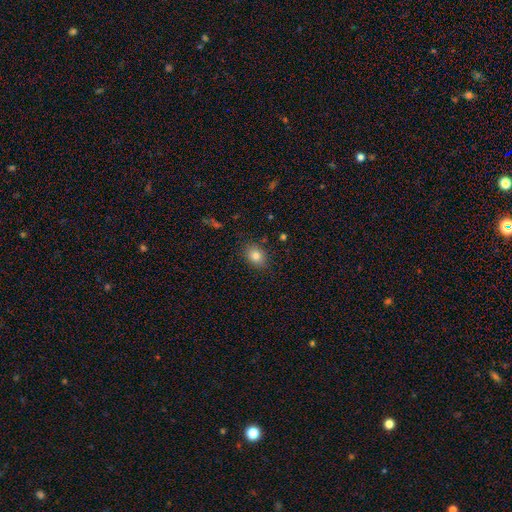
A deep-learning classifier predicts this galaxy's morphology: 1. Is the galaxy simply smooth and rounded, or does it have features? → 82% smooth, 10% star or artifact, 7% featured or disk.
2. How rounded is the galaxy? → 60% in between, 39% round, 1% cigar-shaped.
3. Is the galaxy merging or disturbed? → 85% none, 11% minor disturbance, 3% major disturbance, 1% merger.